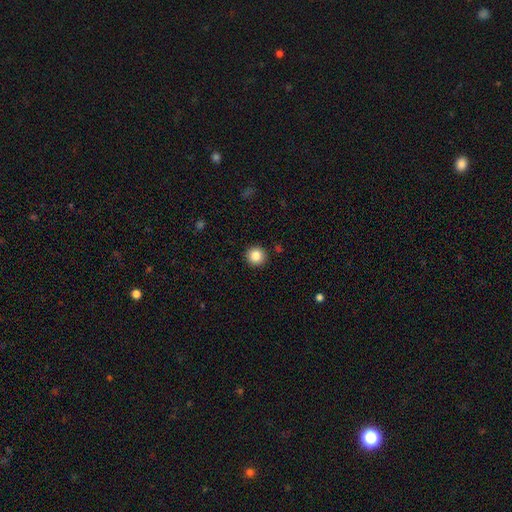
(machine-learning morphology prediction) Smooth or featured?
  - smooth: 85% *
  - star or artifact: 10%
  - featured or disk: 5%
How rounded?
  - round: 95% *
  - in between: 4%
  - cigar-shaped: 1%
Merging?
  - none: 93% *
  - minor disturbance: 5%
  - major disturbance: 2%
  - merger: 1%